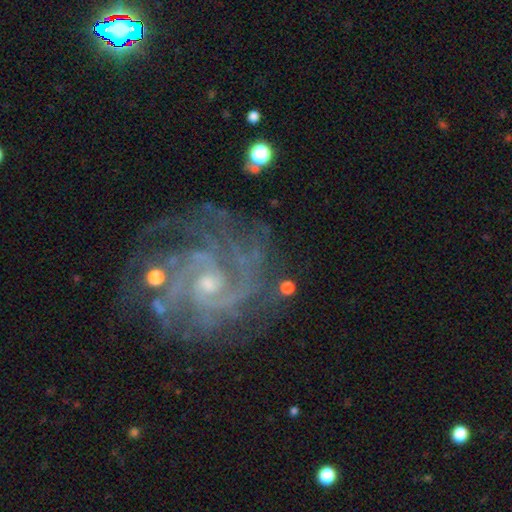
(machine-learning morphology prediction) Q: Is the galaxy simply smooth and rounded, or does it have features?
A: featured or disk — 89%.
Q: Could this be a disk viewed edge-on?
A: no — 98%.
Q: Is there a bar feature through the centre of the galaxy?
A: no — 62%.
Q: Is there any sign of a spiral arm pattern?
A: yes — 97%.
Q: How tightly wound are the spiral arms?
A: tight — 63%.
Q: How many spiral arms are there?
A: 3 — 23%.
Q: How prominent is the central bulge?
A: small — 67%.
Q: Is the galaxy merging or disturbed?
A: none — 71%.